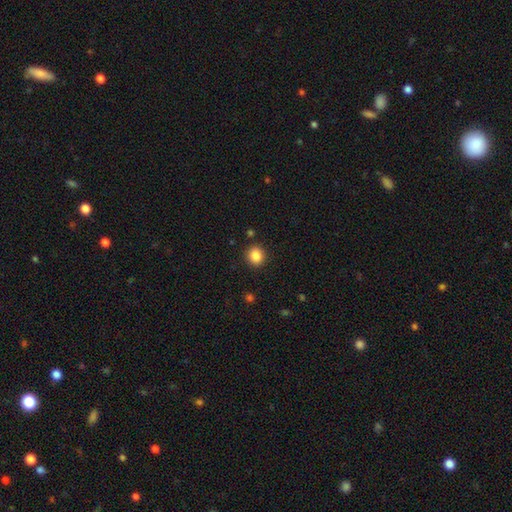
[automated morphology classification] This is clearly a smooth galaxy (85%). How rounded: clearly round (81%). Merging: clearly none (89%).